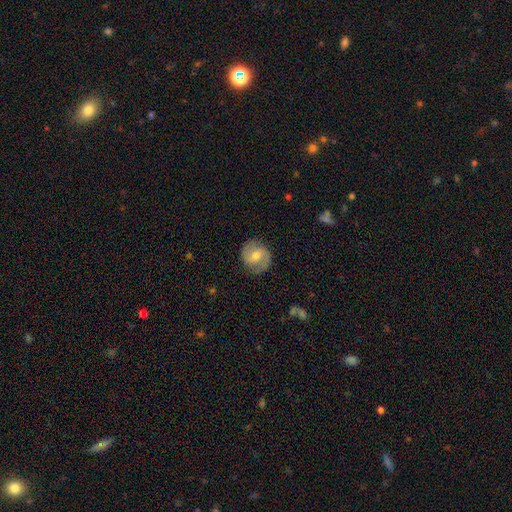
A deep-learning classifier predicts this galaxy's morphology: Smooth or featured? featured or disk (64%)
Edge-on disk? no (97%)
Bar? weak (49%)
Spiral arms? yes (89%)
Spiral winding? medium (49%)
Spiral arm count? 2 (86%)
Bulge size? moderate (60%)
Merging? none (80%)